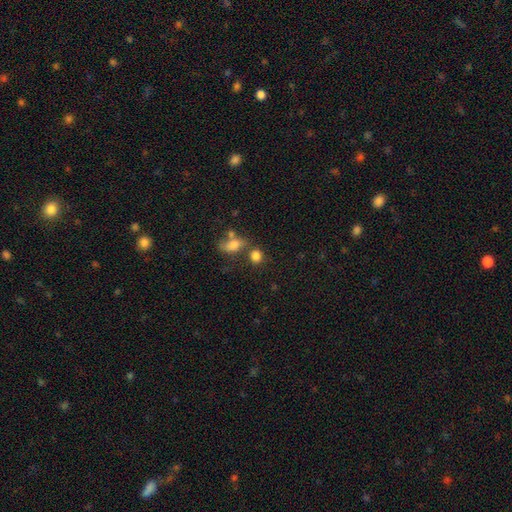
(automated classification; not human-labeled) Smooth or featured? Predicted: smooth (p=0.81). How rounded? Predicted: round (p=0.60). Merging? Predicted: none (p=0.56).